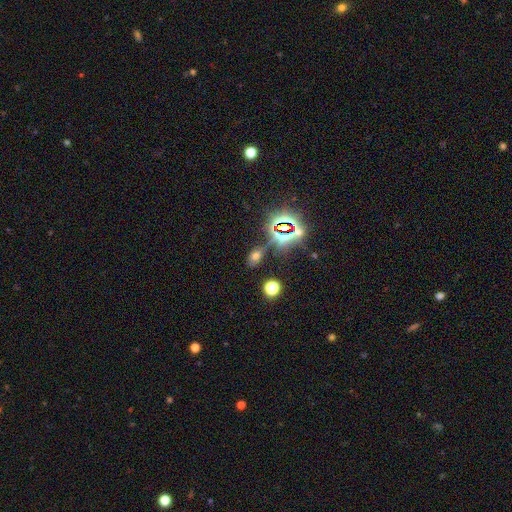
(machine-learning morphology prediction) smooth-or-featured: smooth: 51% | star or artifact: 40% | featured or disk: 10%
  how-rounded: in between: 81% | round: 16% | cigar-shaped: 3%
  merging: none: 71% | minor disturbance: 15% | merger: 7% | major disturbance: 7%